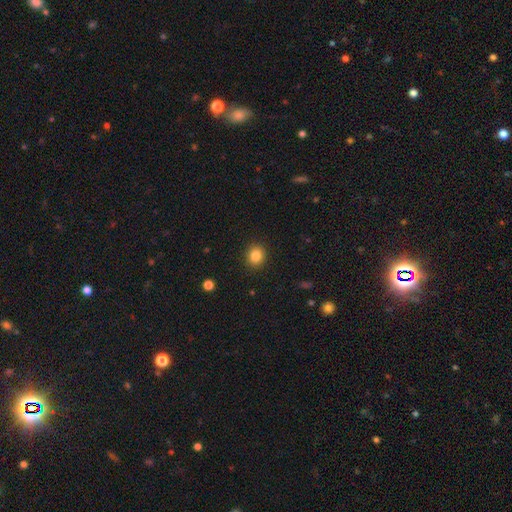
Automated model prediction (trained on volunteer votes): smooth-or-featured: smooth: 84% | star or artifact: 11% | featured or disk: 5%
  how-rounded: round: 78% | in between: 21% | cigar-shaped: 1%
  merging: none: 91% | minor disturbance: 6% | major disturbance: 2% | merger: 1%